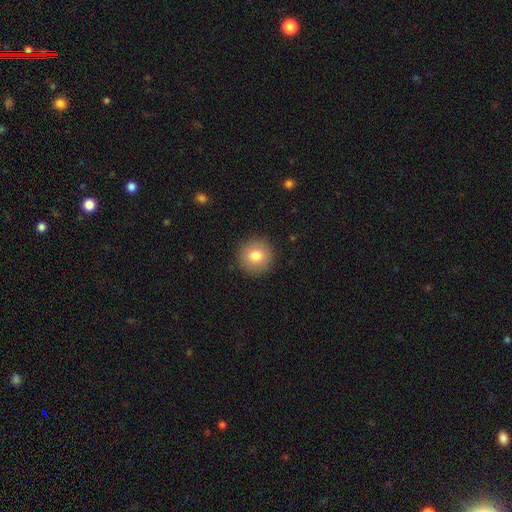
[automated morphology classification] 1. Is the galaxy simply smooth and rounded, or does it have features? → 79% smooth, 11% featured or disk, 10% star or artifact.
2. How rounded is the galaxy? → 94% round, 5% in between, 1% cigar-shaped.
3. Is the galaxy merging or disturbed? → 91% none, 6% minor disturbance, 2% major disturbance, 1% merger.